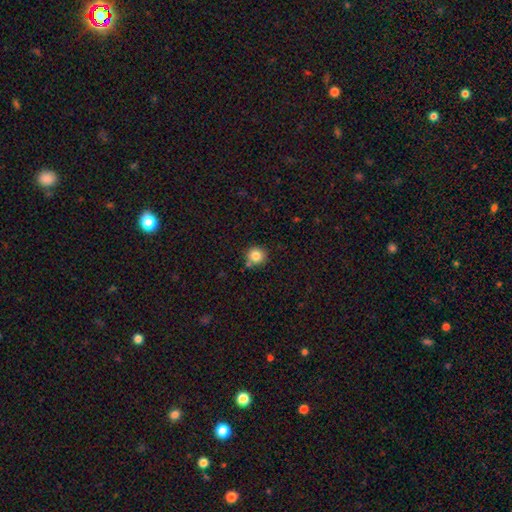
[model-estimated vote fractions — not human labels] This is clearly a smooth galaxy (84%). How rounded: clearly round (92%). Merging: likely none (79%).